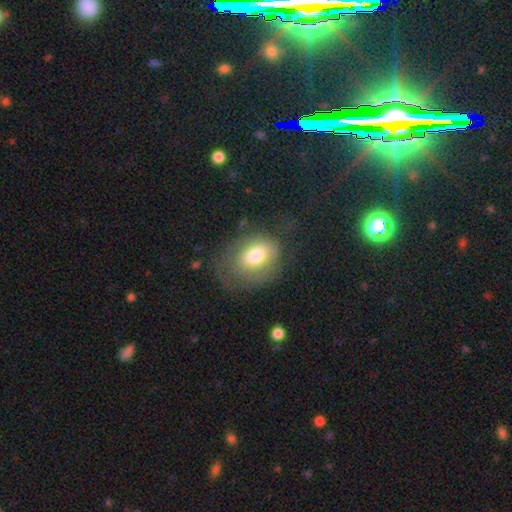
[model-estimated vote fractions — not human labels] Morphology: type=smooth (68%); roundness=in between (64%); merging=none (50%).